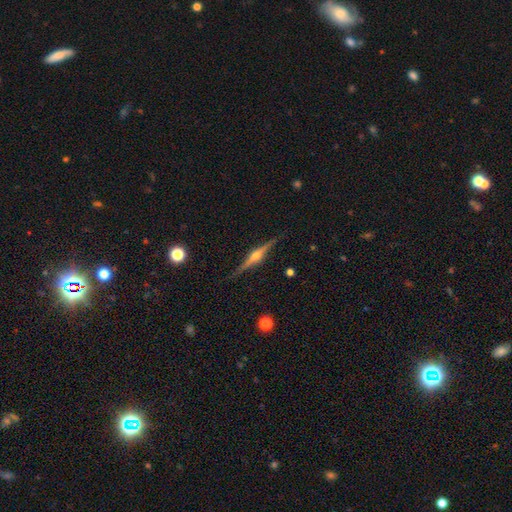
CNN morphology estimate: This appears to be a featured or disk galaxy (84%) viewed edge-on (98%) with a rounded central bulge (92%). Merging: none (89%).